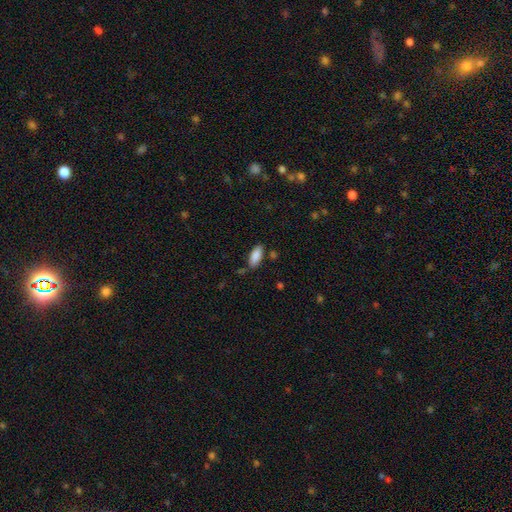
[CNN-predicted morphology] This is clearly a smooth galaxy (88%). How rounded: clearly in between (83%). Merging: likely none (78%).